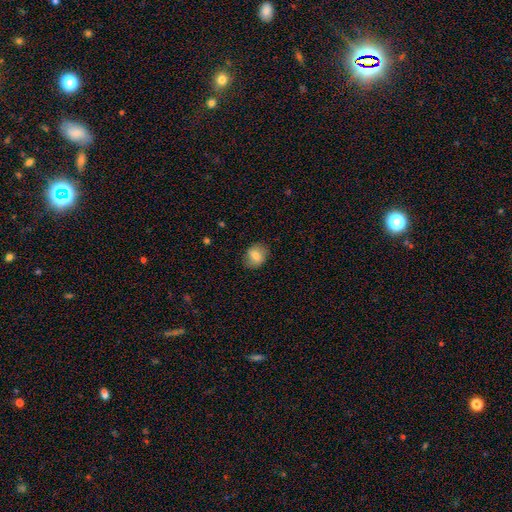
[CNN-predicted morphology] Smooth or featured: smooth — 79% (featured or disk — 12%)
How rounded: round — 59% (in between — 40%)
Merging: none — 81% (minor disturbance — 14%)